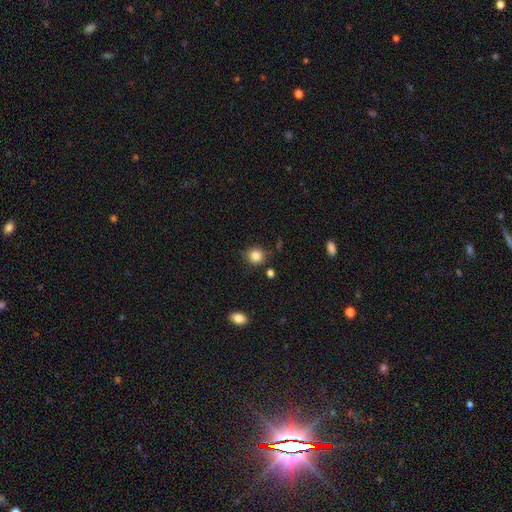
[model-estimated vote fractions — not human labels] Smooth or featured: smooth — 85% (star or artifact — 10%)
How rounded: round — 88% (in between — 11%)
Merging: none — 83% (minor disturbance — 11%)